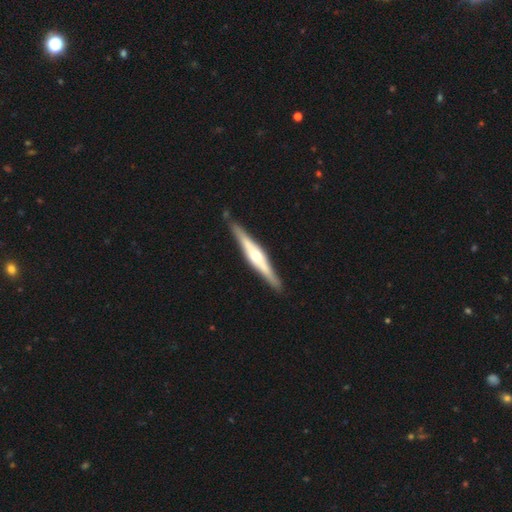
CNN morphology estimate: Smooth or featured?
  - featured or disk: 76% *
  - smooth: 19%
  - star or artifact: 5%
Edge-on disk?
  - yes: 97% *
  - no: 3%
Edge-on bulge?
  - rounded: 84% *
  - boxy: 11%
  - none: 6%
Merging?
  - none: 89% *
  - minor disturbance: 8%
  - major disturbance: 2%
  - merger: 1%